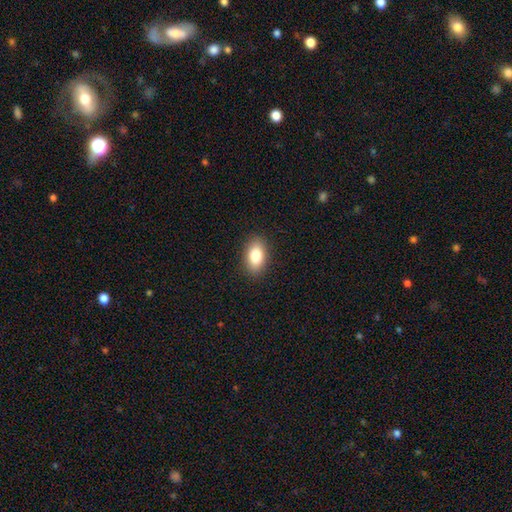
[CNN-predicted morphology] smooth_or_featured: smooth (p=0.82) [alt: featured or disk p=0.10]
how_rounded: in between (p=0.90) [alt: round p=0.07]
merging: none (p=0.89) [alt: minor disturbance p=0.08]